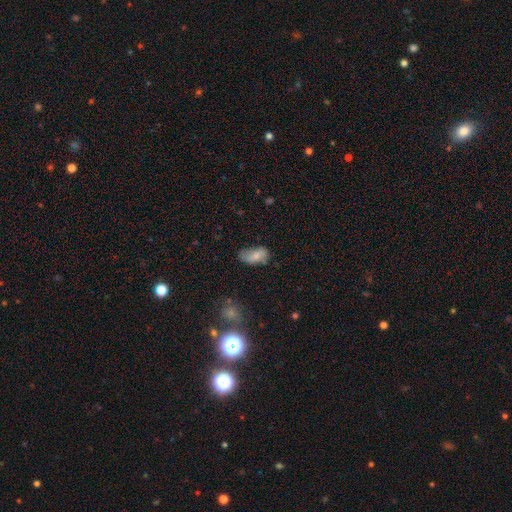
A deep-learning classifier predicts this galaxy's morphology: smooth_or_featured: smooth (p=0.74) [alt: featured or disk p=0.18]
how_rounded: in between (p=0.92) [alt: round p=0.04]
merging: none (p=0.57) [alt: minor disturbance p=0.30]